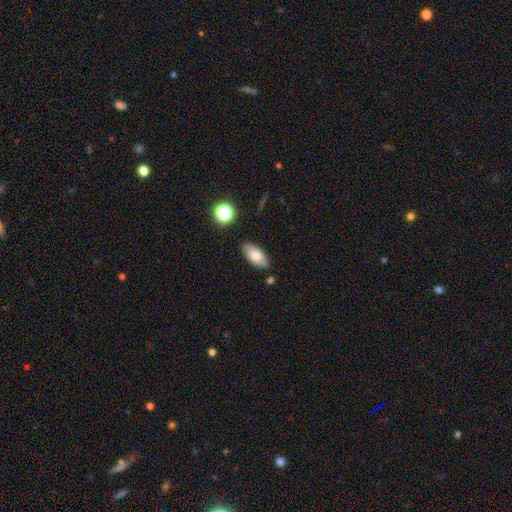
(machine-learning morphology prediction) Smooth or featured?
  - smooth: 75% *
  - featured or disk: 17%
  - star or artifact: 8%
How rounded?
  - in between: 91% *
  - cigar-shaped: 6%
  - round: 3%
Merging?
  - none: 84% *
  - minor disturbance: 11%
  - merger: 3%
  - major disturbance: 2%